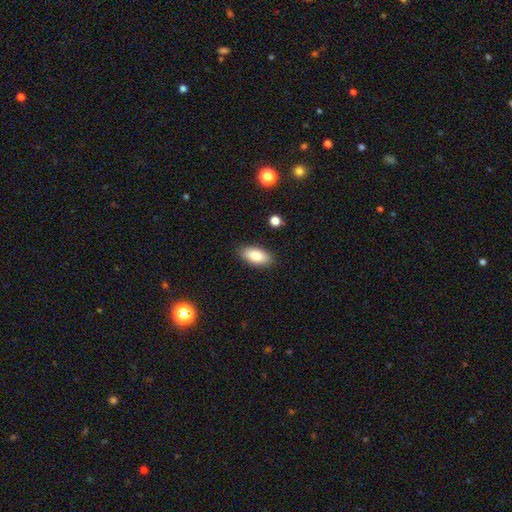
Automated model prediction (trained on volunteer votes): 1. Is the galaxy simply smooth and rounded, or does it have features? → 82% smooth, 11% featured or disk, 7% star or artifact.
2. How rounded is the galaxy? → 91% in between, 7% cigar-shaped, 3% round.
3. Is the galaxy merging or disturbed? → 88% none, 9% minor disturbance, 2% major disturbance, 1% merger.